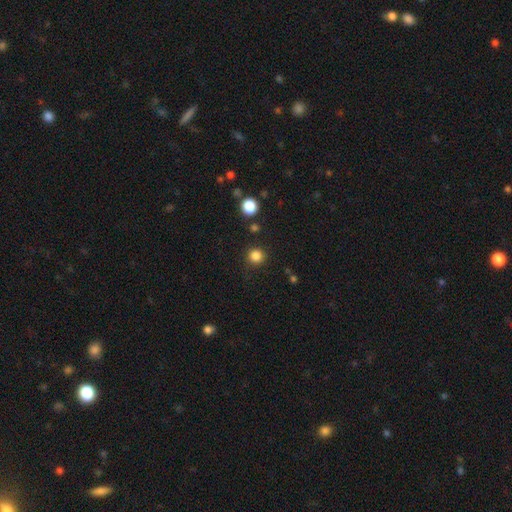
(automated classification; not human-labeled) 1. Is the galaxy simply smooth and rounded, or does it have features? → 83% smooth, 13% star or artifact, 4% featured or disk.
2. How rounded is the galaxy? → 94% round, 5% in between, 1% cigar-shaped.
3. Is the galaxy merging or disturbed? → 88% none, 7% minor disturbance, 3% major disturbance, 2% merger.